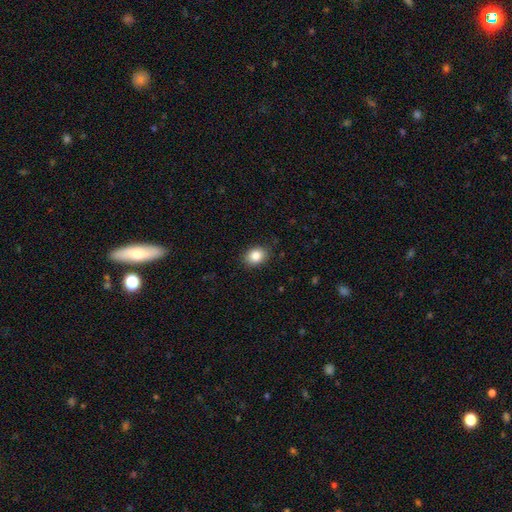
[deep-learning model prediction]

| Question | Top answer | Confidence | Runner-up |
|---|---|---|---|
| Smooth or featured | smooth | 85% | star or artifact (9%) |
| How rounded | in between | 63% | round (36%) |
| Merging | none | 86% | minor disturbance (10%) |